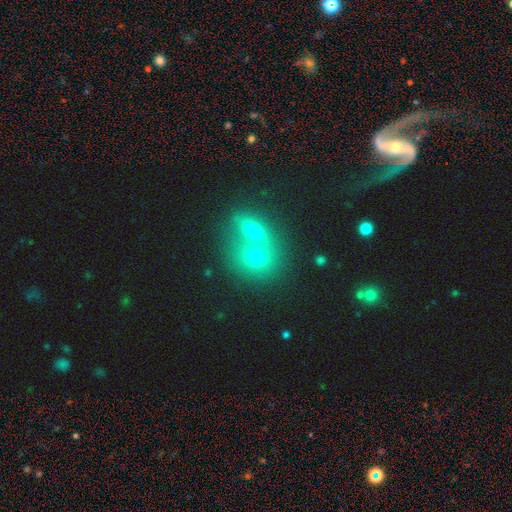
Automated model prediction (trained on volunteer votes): Smooth or featured? Predicted: smooth (p=0.60). How rounded? Predicted: round (p=0.66). Merging? Predicted: merger (p=0.65).